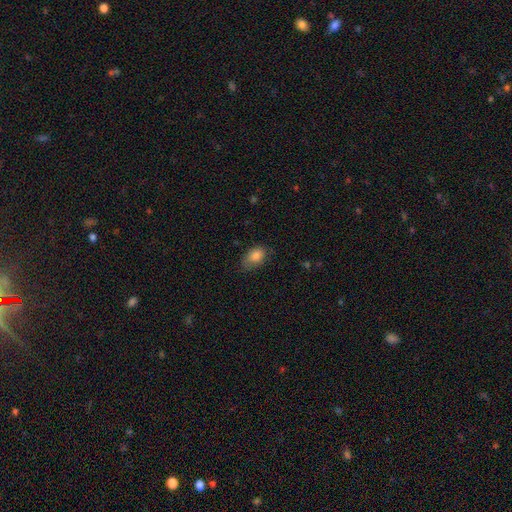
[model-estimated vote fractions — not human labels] smooth-or-featured: smooth: 84% | star or artifact: 8% | featured or disk: 8%
  how-rounded: in between: 85% | round: 14% | cigar-shaped: 2%
  merging: none: 63% | minor disturbance: 28% | major disturbance: 8% | merger: 1%